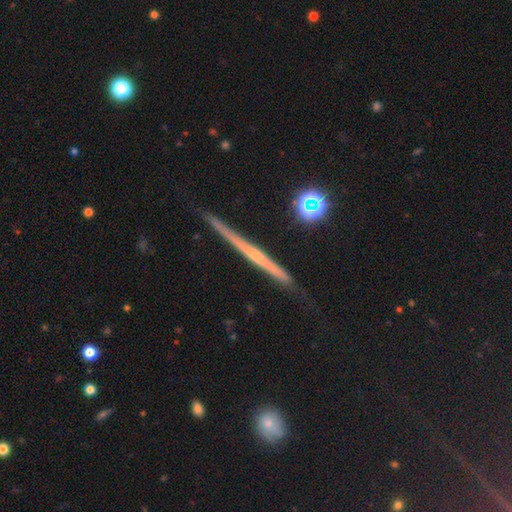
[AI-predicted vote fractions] Smooth or featured? Predicted: featured or disk (p=0.71). Edge-on disk? Predicted: yes (p=0.98). Edge-on bulge? Predicted: none (p=0.59). Merging? Predicted: none (p=0.86).